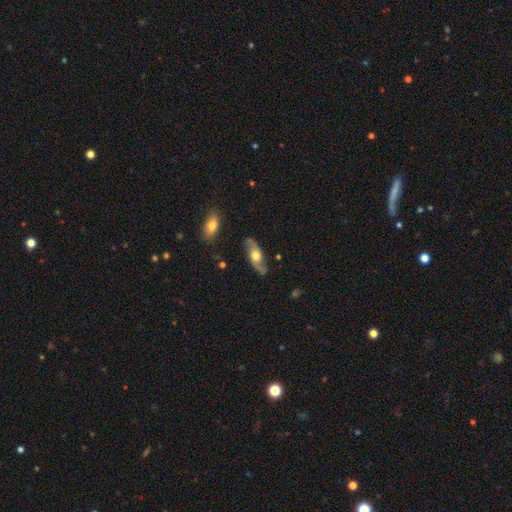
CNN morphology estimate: smooth-or-featured: featured or disk: 79% | smooth: 16% | star or artifact: 5%
  disk-edge-on: no: 87% | yes: 13%
    bar: no: 73% | weak: 22% | strong: 5%
    has-spiral-arms: yes: 91% | no: 9%
      spiral-winding: loose: 55% | medium: 34% | tight: 11%
      spiral-arm-count: 2: 92% | can't tell: 3% | 1: 2% | 3: 1% | 4: 1% | more than 4: 1%
    bulge-size: moderate: 67% | large: 20% | small: 10% | none: 2% | dominant: 1%
  merging: none: 80% | minor disturbance: 14% | major disturbance: 4% | merger: 2%